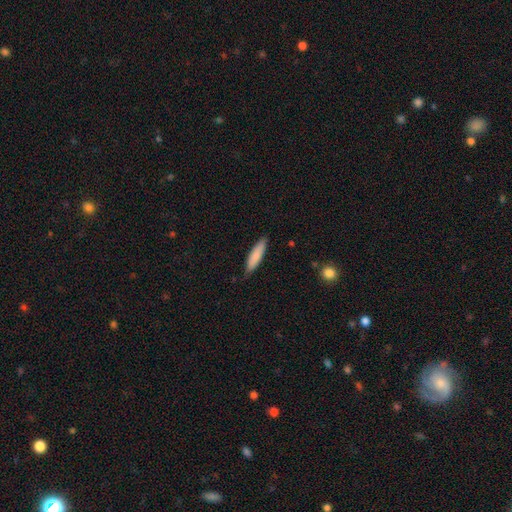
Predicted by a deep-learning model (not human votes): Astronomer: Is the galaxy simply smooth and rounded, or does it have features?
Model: smooth — 83%.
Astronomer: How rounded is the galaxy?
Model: cigar-shaped — 71%.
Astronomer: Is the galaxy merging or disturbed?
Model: none — 82%.